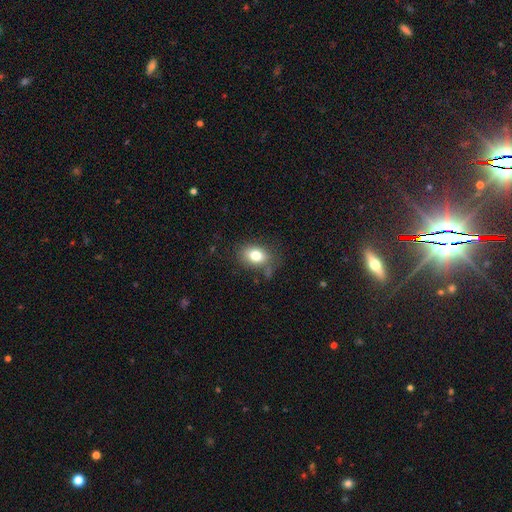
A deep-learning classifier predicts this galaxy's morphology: smooth 79%, featured or disk 11%, star or artifact 10%. Down the decision tree: how rounded — in between (72%); merging — none (72%).